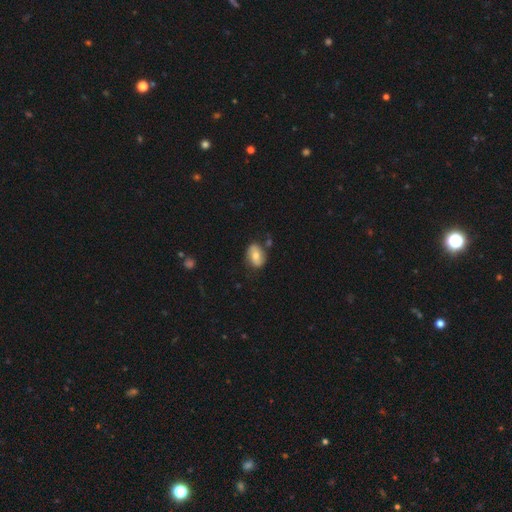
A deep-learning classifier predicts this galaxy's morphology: smooth_or_featured: smooth (p=0.58) [alt: featured or disk p=0.34]
how_rounded: in between (p=0.74) [alt: round p=0.24]
merging: none (p=0.73) [alt: minor disturbance p=0.18]